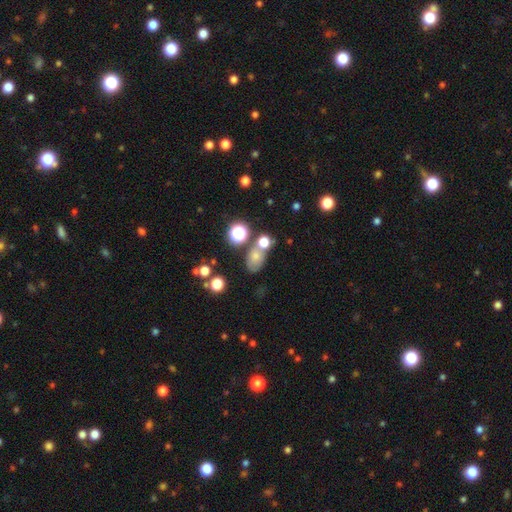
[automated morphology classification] Overall: smooth (65%). How rounded: in between (62%; round 36%). Merging: none (53%; merger 25%).